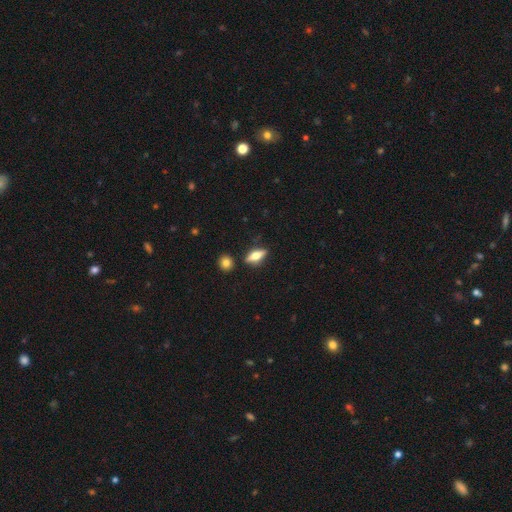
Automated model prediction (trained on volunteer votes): This appears to be a smooth galaxy with no disk features (52%) that is in between round and cigar-shaped (60%). Merging: none (81%).